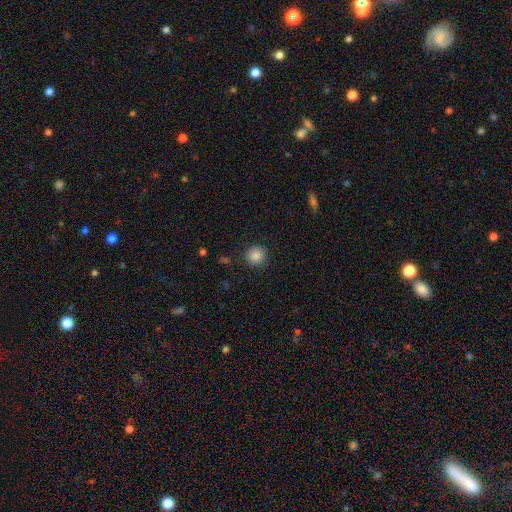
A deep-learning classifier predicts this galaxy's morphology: Smooth or featured? smooth (86%)
How rounded? round (93%)
Merging? none (90%)